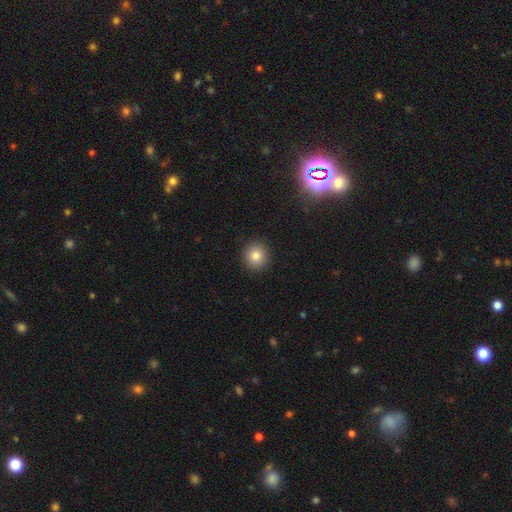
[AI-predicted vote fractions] Smooth or featured: smooth — 83% (star or artifact — 11%)
How rounded: round — 91% (in between — 8%)
Merging: none — 92% (minor disturbance — 5%)